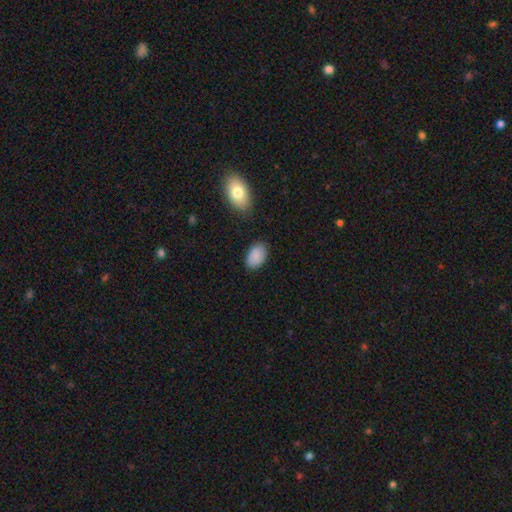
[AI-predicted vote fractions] Smooth or featured?
  - smooth: 88% *
  - star or artifact: 7%
  - featured or disk: 5%
How rounded?
  - in between: 92% *
  - round: 6%
  - cigar-shaped: 1%
Merging?
  - none: 81% *
  - minor disturbance: 14%
  - major disturbance: 3%
  - merger: 2%